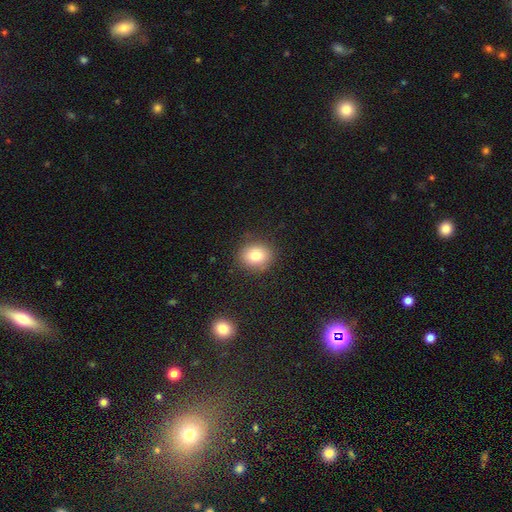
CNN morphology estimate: Smooth or featured?
  - smooth: 79% *
  - star or artifact: 11%
  - featured or disk: 10%
How rounded?
  - round: 68% *
  - in between: 31%
  - cigar-shaped: 1%
Merging?
  - none: 87% *
  - minor disturbance: 9%
  - major disturbance: 3%
  - merger: 1%